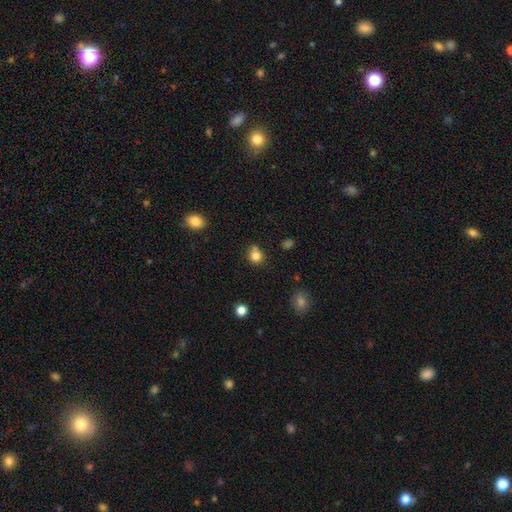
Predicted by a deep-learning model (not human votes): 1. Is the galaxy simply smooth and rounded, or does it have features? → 81% smooth, 12% star or artifact, 7% featured or disk.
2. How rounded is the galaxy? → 84% round, 16% in between, 1% cigar-shaped.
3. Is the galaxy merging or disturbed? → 63% none, 20% merger, 14% minor disturbance, 4% major disturbance.